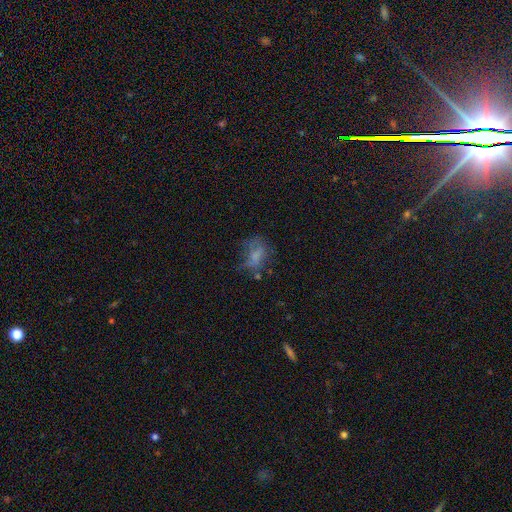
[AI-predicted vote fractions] Smooth or featured? Predicted: smooth (p=0.50). Merging? Predicted: none (p=0.37).